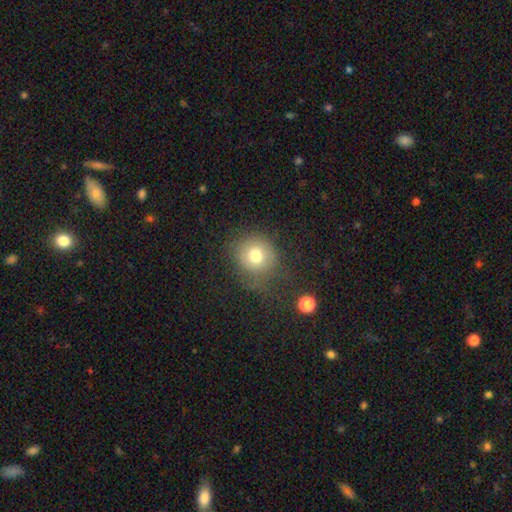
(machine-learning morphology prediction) The model was most divided on "merging": none: 65%, minor disturbance: 20%, major disturbance: 12%, merger: 3%. More confident: how rounded — round (83%); smooth or featured — smooth (74%).